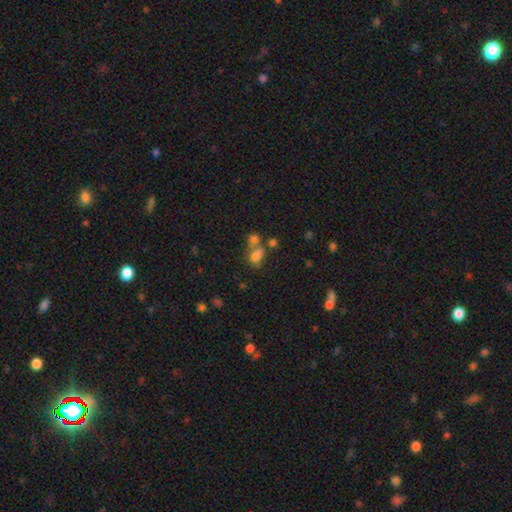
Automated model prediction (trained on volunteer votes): smooth 68%, star or artifact 17%, featured or disk 15%. Down the decision tree: how rounded — in between (68%); merging — merger (48%).